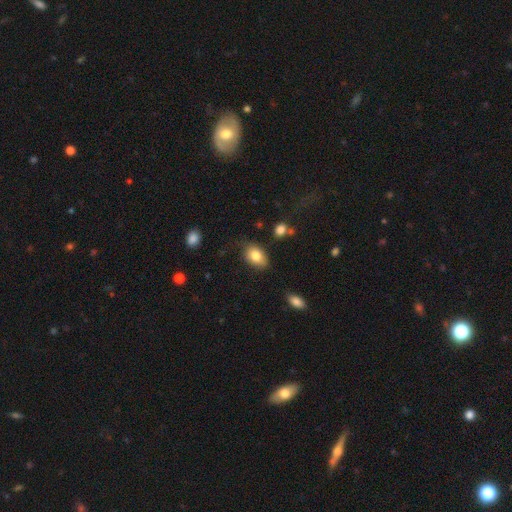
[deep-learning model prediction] Smooth or featured?
  - smooth: 81% *
  - featured or disk: 11%
  - star or artifact: 8%
How rounded?
  - in between: 86% *
  - round: 13%
  - cigar-shaped: 1%
Merging?
  - none: 74% *
  - minor disturbance: 19%
  - major disturbance: 4%
  - merger: 2%